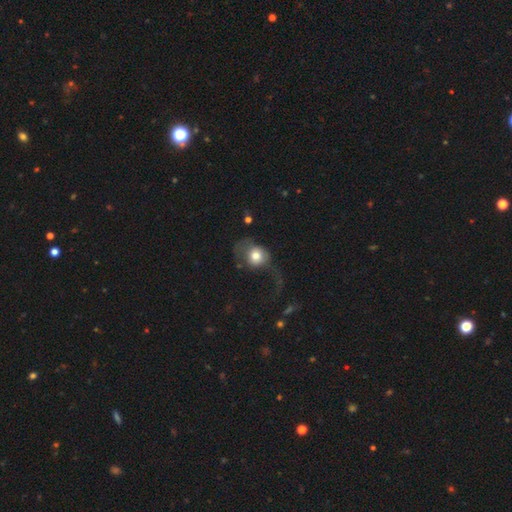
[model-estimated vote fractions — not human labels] The model was most divided on "how rounded": round: 68%, in between: 31%, cigar-shaped: 1%. More confident: smooth or featured — smooth (68%); merging — major disturbance (59%).